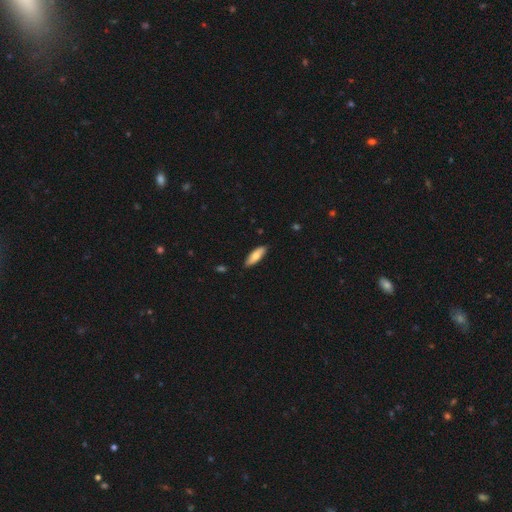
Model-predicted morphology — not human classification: smooth-or-featured: smooth: 73% | featured or disk: 22% | star or artifact: 6%
  how-rounded: in between: 57% | cigar-shaped: 41% | round: 2%
  merging: none: 87% | minor disturbance: 10% | major disturbance: 2% | merger: 1%